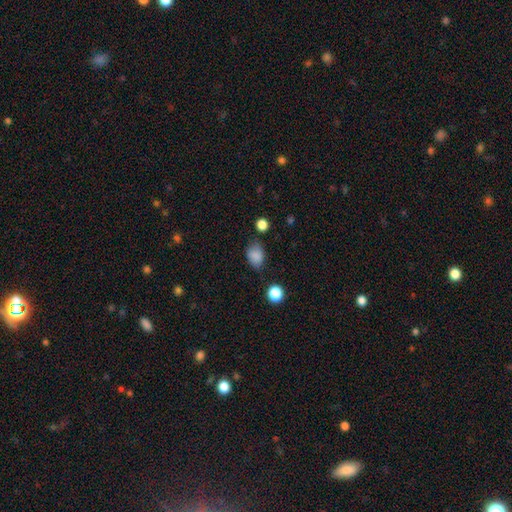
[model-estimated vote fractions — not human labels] smooth-or-featured: smooth: 85% | star or artifact: 10% | featured or disk: 5%
  how-rounded: in between: 74% | round: 25% | cigar-shaped: 1%
  merging: none: 67% | minor disturbance: 24% | major disturbance: 6% | merger: 3%